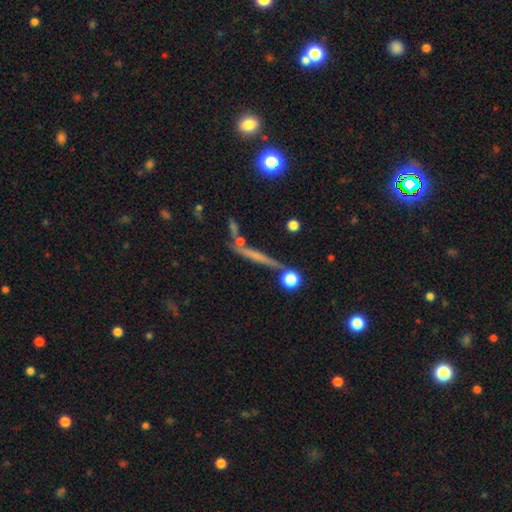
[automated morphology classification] This appears to be a featured or disk galaxy (49%). Merging: none (75%).